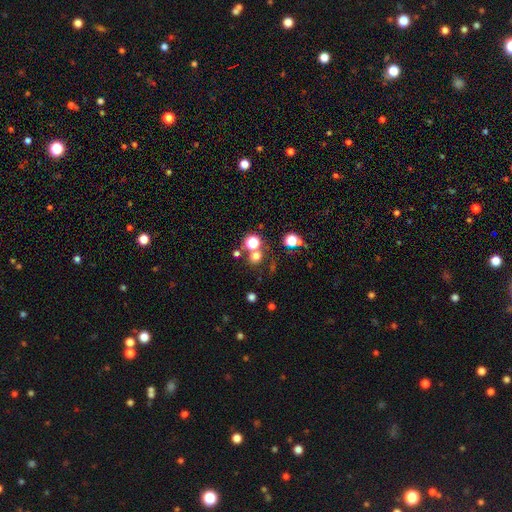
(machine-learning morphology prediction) smooth 61%, star or artifact 31%, featured or disk 8%. Down the decision tree: how rounded — round (88%); merging — none (69%).